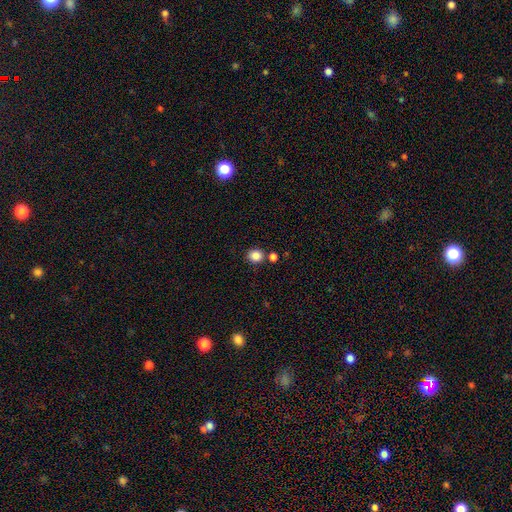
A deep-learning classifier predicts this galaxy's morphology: Overall: smooth (85%). How rounded: round (80%). Merging: none (78%).